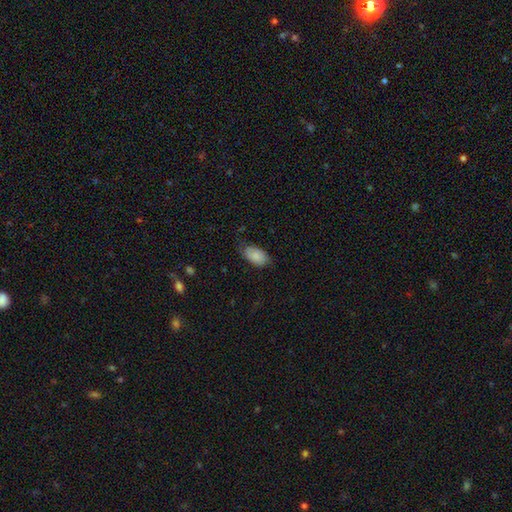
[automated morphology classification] Smooth or featured?
  - smooth: 79% *
  - featured or disk: 14%
  - star or artifact: 7%
How rounded?
  - in between: 94% *
  - round: 4%
  - cigar-shaped: 2%
Merging?
  - none: 61% *
  - minor disturbance: 29%
  - major disturbance: 9%
  - merger: 1%